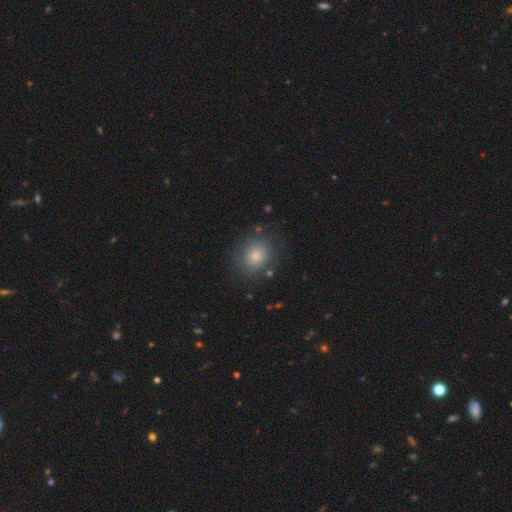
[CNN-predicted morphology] Smooth or featured? smooth (75%)
How rounded? round (73%)
Merging? none (82%)